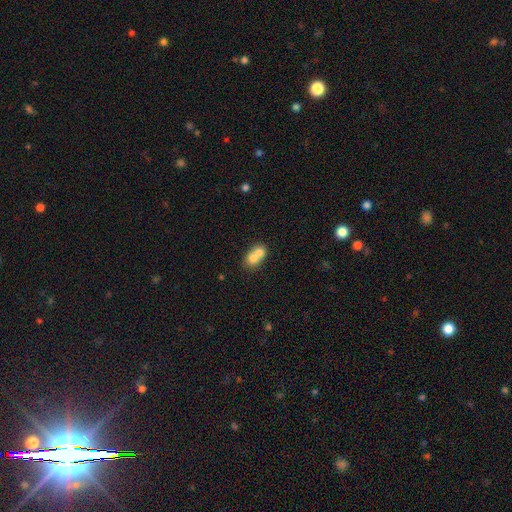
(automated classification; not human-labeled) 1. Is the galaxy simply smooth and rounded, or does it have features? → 69% smooth, 21% featured or disk, 10% star or artifact.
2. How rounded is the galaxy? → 54% round, 44% in between, 1% cigar-shaped.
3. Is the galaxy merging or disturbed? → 70% merger, 22% none, 5% minor disturbance, 3% major disturbance.